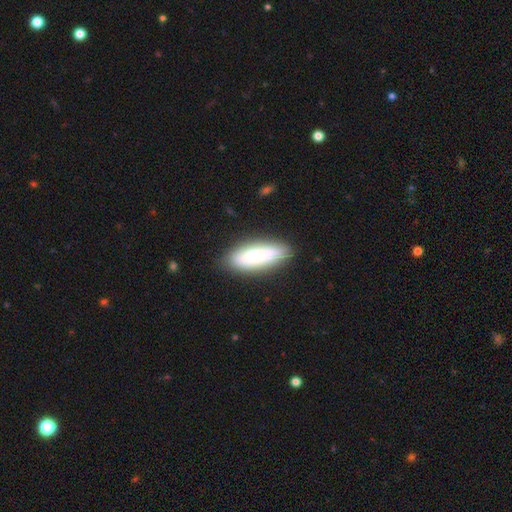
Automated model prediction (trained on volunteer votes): Smooth or featured?
  - smooth: 75% *
  - featured or disk: 19%
  - star or artifact: 7%
How rounded?
  - in between: 66% *
  - cigar-shaped: 31%
  - round: 2%
Merging?
  - none: 83% *
  - minor disturbance: 12%
  - major disturbance: 3%
  - merger: 2%